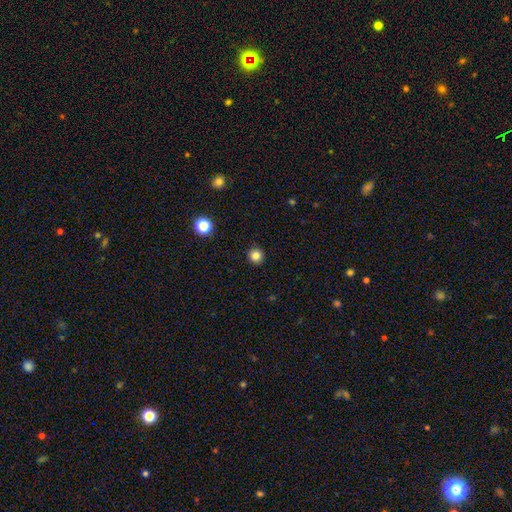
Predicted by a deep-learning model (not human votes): A smooth galaxy with no disk features (83%) that is round (94%).

Vote fractions:
- Smooth or featured? smooth: 83% / star or artifact: 12% / featured or disk: 4%
- How rounded? round: 94% / in between: 5% / cigar-shaped: 1%
- Merging? none: 93% / minor disturbance: 5% / major disturbance: 2% / merger: 1%